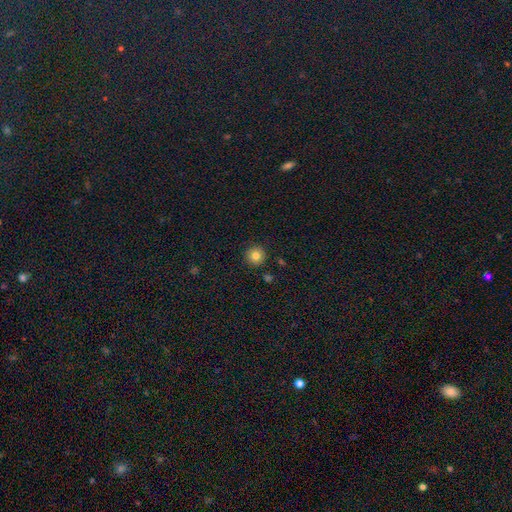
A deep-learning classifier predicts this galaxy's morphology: smooth_or_featured: smooth (p=0.82) [alt: star or artifact p=0.11]
how_rounded: round (p=0.95) [alt: in between p=0.04]
merging: none (p=0.91) [alt: minor disturbance p=0.05]